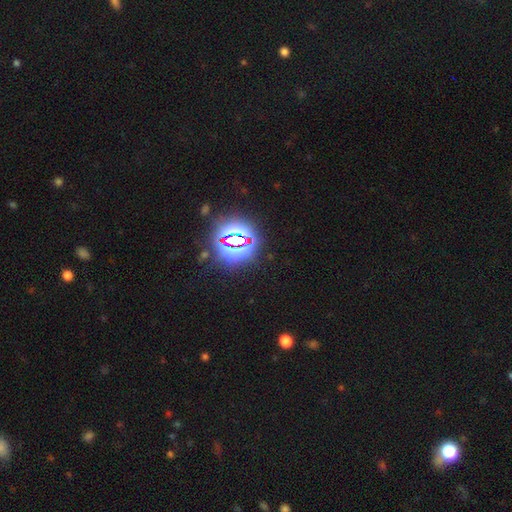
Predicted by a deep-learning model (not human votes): This is clearly a star or artifact rather than a galaxy (84%).